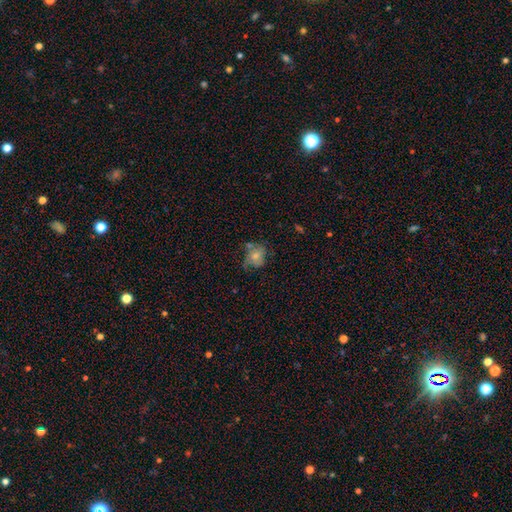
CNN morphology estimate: type=smooth (62%); roundness=round (55%); merging=none (42%).